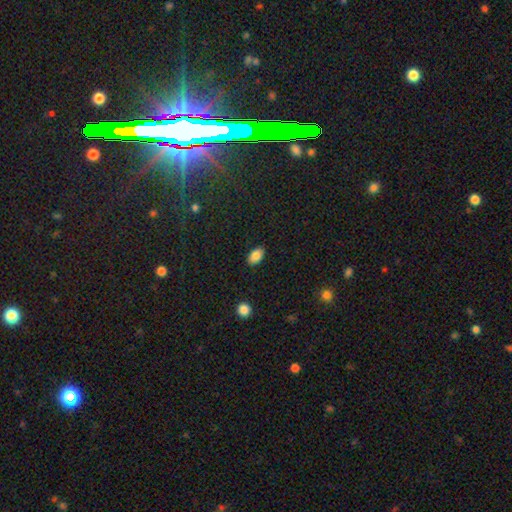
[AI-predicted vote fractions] A smooth galaxy with no disk features (86%) that is in between round and cigar-shaped (92%).

Vote fractions:
- Smooth or featured? smooth: 86% / star or artifact: 8% / featured or disk: 6%
- How rounded? in between: 92% / round: 7% / cigar-shaped: 2%
- Merging? none: 87% / minor disturbance: 9% / major disturbance: 2% / merger: 1%